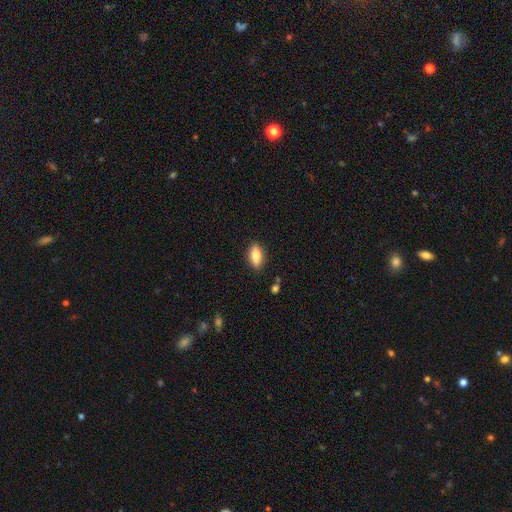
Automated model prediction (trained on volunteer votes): Smooth or featured? Predicted: smooth (p=0.71). How rounded? Predicted: in between (p=0.75). Merging? Predicted: none (p=0.86).